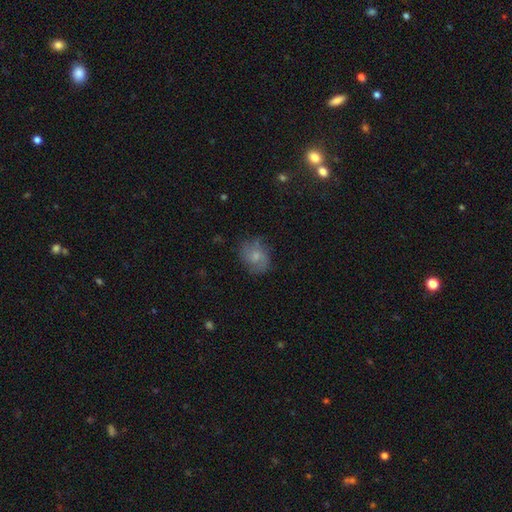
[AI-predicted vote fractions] This appears to be a smooth galaxy with no disk features (49%). Merging: none (66%).